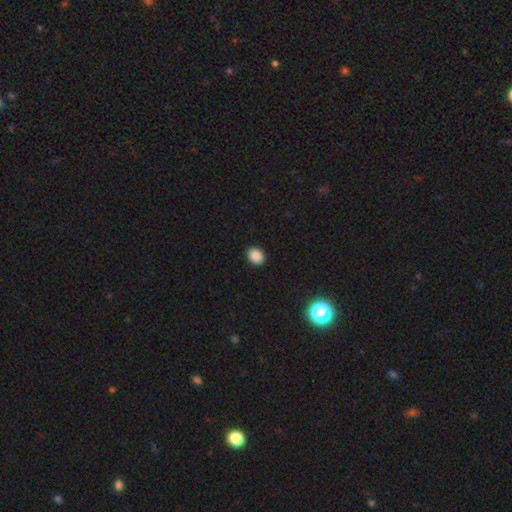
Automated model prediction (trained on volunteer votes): Smooth or featured? smooth (88%)
How rounded? in between (70%)
Merging? none (91%)